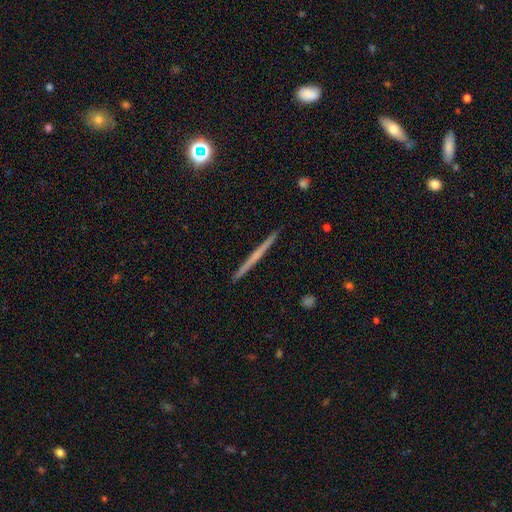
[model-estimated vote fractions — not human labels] The model was most divided on "smooth or featured": featured or disk: 58%, smooth: 34%, star or artifact: 8%. More confident: edge-on disk — yes (98%); merging — none (93%); edge-on bulge — none (79%).